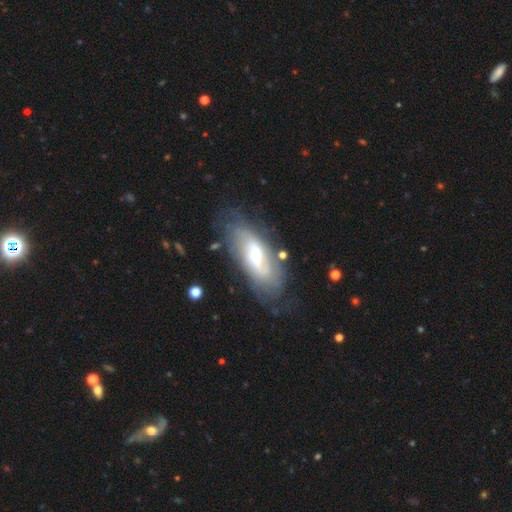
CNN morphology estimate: Smooth or featured? Predicted: featured or disk (p=0.72). Edge-on disk? Predicted: no (p=0.87). Bar? Predicted: weak (p=0.48). Spiral arms? Predicted: yes (p=0.82). Spiral winding? Predicted: tight (p=0.40). Spiral arm count? Predicted: 2 (p=0.49). Bulge size? Predicted: moderate (p=0.49). Merging? Predicted: none (p=0.67).